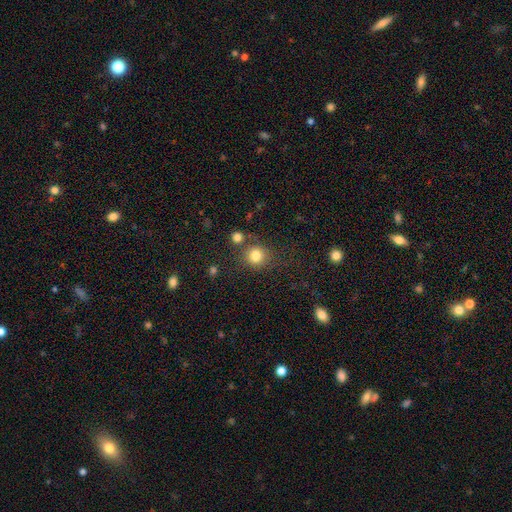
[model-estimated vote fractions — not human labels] smooth_or_featured: smooth (p=0.81) [alt: star or artifact p=0.13]
how_rounded: round (p=0.89) [alt: in between p=0.11]
merging: none (p=0.75) [alt: minor disturbance p=0.11]